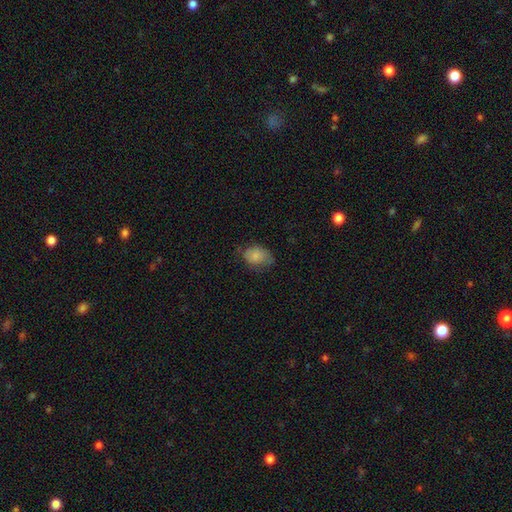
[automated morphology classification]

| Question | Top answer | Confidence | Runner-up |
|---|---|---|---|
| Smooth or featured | smooth | 81% | featured or disk (11%) |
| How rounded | in between | 76% | round (23%) |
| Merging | none | 56% | minor disturbance (32%) |